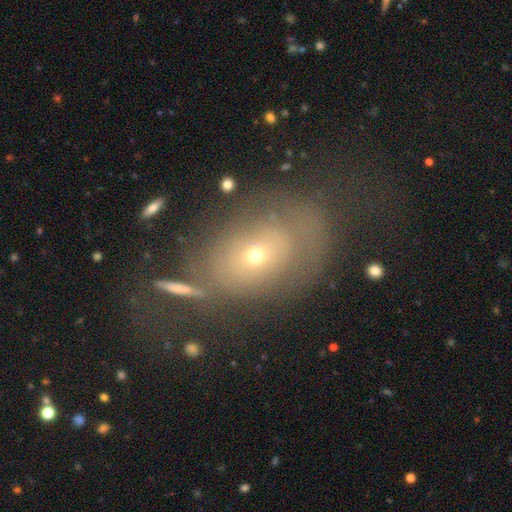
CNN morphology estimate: Q: Smooth or featured?
A: smooth (51%); runner-up: featured or disk (33%)
Q: How rounded?
A: in between (62%); runner-up: round (36%)
Q: Merging?
A: none (50%); runner-up: major disturbance (20%)